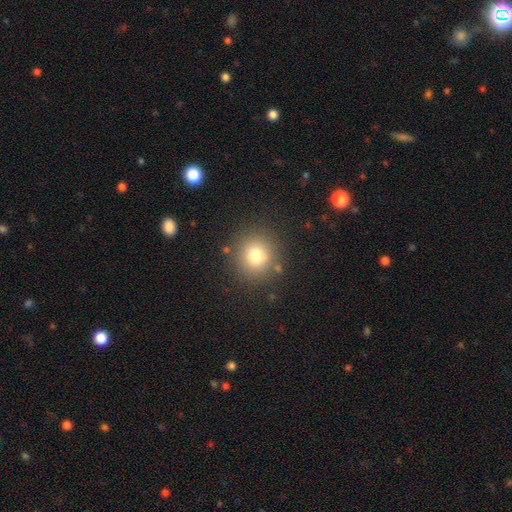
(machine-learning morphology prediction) This appears to be a smooth galaxy with no disk features (75%) that is round (91%). Merging: none (84%).